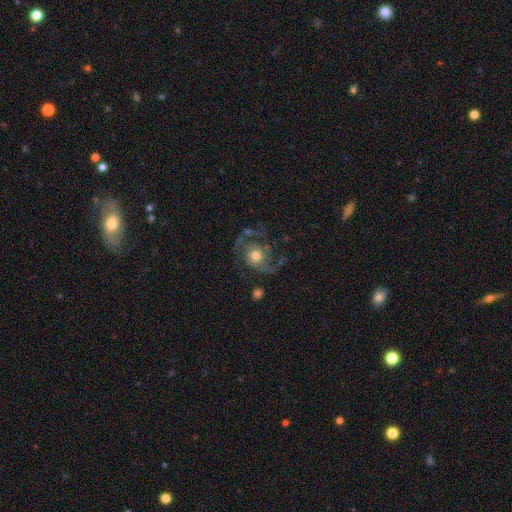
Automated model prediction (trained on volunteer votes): A featured or disk galaxy (76%) with no bar (77%), 2 (73%) medium (48%) spiral arms (91%) and a moderate central bulge (60%).

Vote fractions:
- Smooth or featured? featured or disk: 76% / smooth: 17% / star or artifact: 7%
- Edge-on disk? no: 98% / yes: 2%
- Bar? no: 77% / weak: 19% / strong: 3%
- Spiral arms? yes: 91% / no: 9%
- Spiral winding? medium: 48% / loose: 32% / tight: 20%
- Spiral arm count? 2: 73% / can't tell: 9% / 3: 7% / 1: 6% / 4: 3% / more than 4: 3%
- Bulge size? moderate: 60% / large: 27% / small: 9% / dominant: 2% / none: 2%
- Merging? none: 56% / major disturbance: 20% / minor disturbance: 20% / merger: 4%